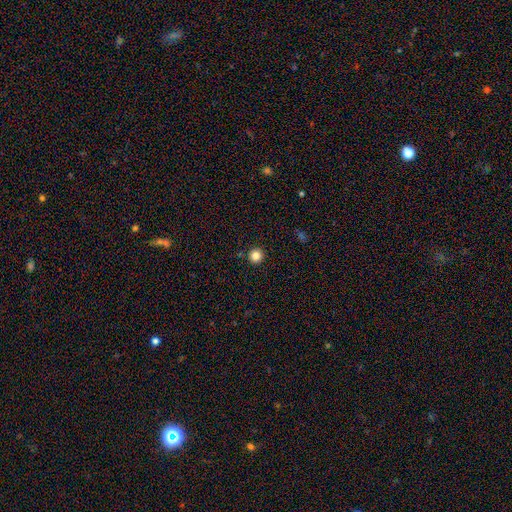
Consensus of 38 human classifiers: Smooth or featured?
  - smooth: 97% *
  - star or artifact: 3%
  - featured or disk: 0%
How rounded?
  - round: 92% *
  - in between: 8%
  - cigar-shaped: 0%
Merging?
  - none: 89% *
  - minor disturbance: 5%
  - major disturbance: 5%
  - merger: 0%